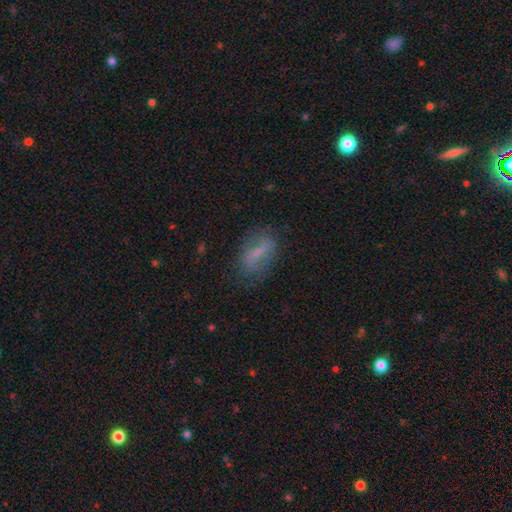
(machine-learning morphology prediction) smooth 51%, featured or disk 40%, star or artifact 10%. Down the decision tree: how rounded — in between (75%); merging — none (70%).